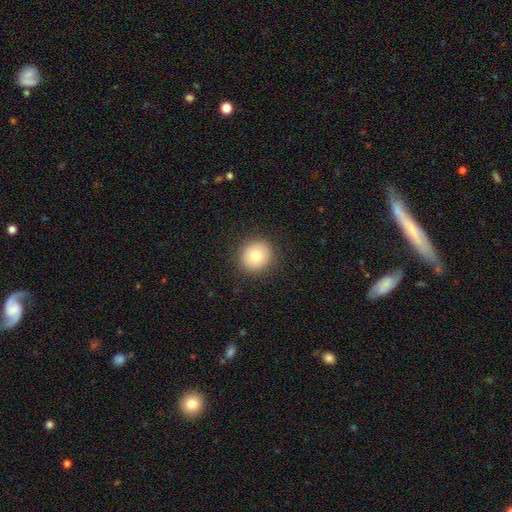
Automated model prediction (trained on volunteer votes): Smooth or featured?
  - smooth: 77% *
  - featured or disk: 13%
  - star or artifact: 10%
How rounded?
  - round: 89% *
  - in between: 10%
  - cigar-shaped: 1%
Merging?
  - none: 90% *
  - minor disturbance: 7%
  - major disturbance: 2%
  - merger: 1%